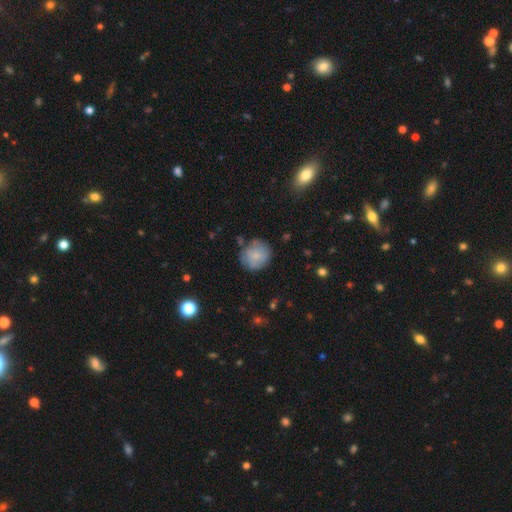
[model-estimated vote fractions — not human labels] smooth 73%, featured or disk 20%, star or artifact 7%. Down the decision tree: how rounded — round (88%); merging — none (74%).